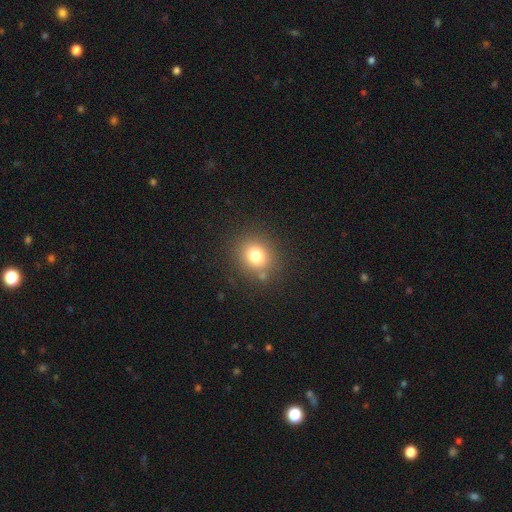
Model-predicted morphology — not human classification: Overall: smooth (77%). How rounded: round (77%). Merging: none (82%).